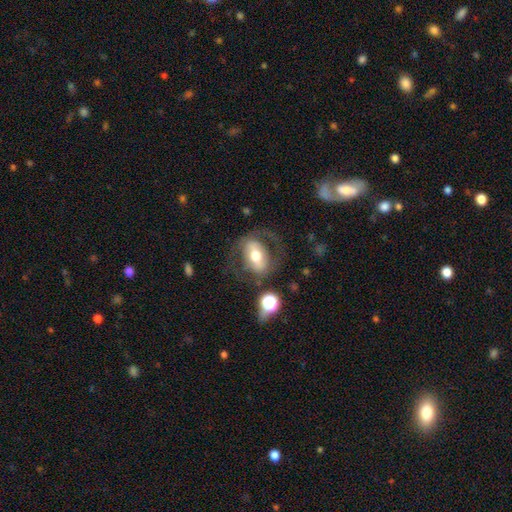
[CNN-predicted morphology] This is possibly a featured or disk galaxy (57%). It is clearly not viewed edge-on (91%). Bar: possibly strong (45%). Spiral arm pattern: possibly no (54%). Central bulge: likely moderate (68%). Merging: likely none (61%).